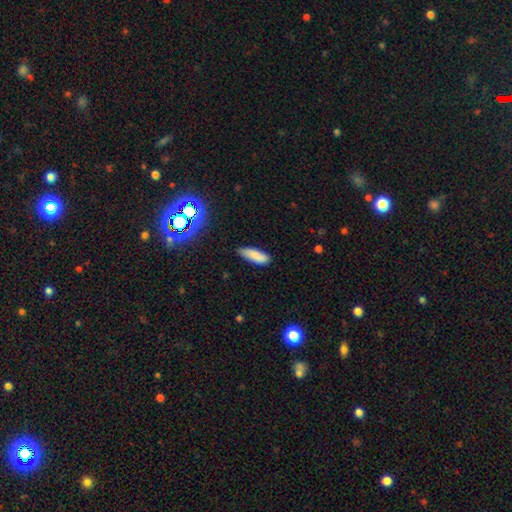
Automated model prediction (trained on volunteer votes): smooth 84%, star or artifact 9%, featured or disk 7%. Down the decision tree: how rounded — in between (56%); merging — none (78%).